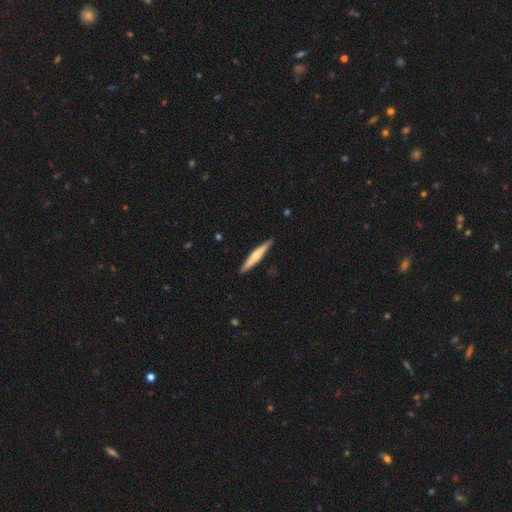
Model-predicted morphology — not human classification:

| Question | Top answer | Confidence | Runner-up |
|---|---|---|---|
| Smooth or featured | smooth | 53% | featured or disk (42%) |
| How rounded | cigar-shaped | 94% | in between (5%) |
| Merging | none | 90% | minor disturbance (7%) |